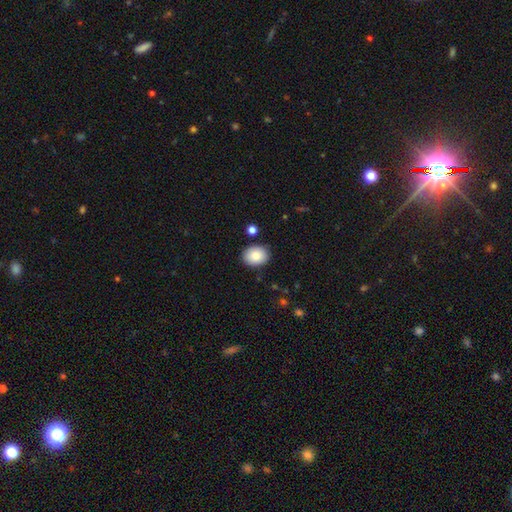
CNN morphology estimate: smooth 87%, star or artifact 7%, featured or disk 5%. Down the decision tree: how rounded — in between (58%); merging — none (86%).